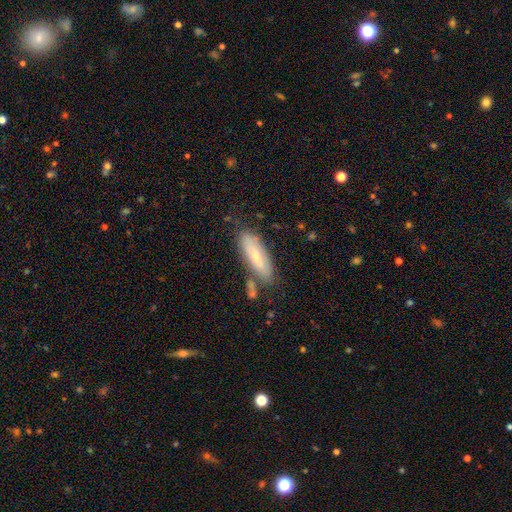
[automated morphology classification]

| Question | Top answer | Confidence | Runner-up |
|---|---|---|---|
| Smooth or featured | smooth | 61% | featured or disk (32%) |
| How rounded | in between | 52% | cigar-shaped (46%) |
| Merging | none | 73% | minor disturbance (17%) |